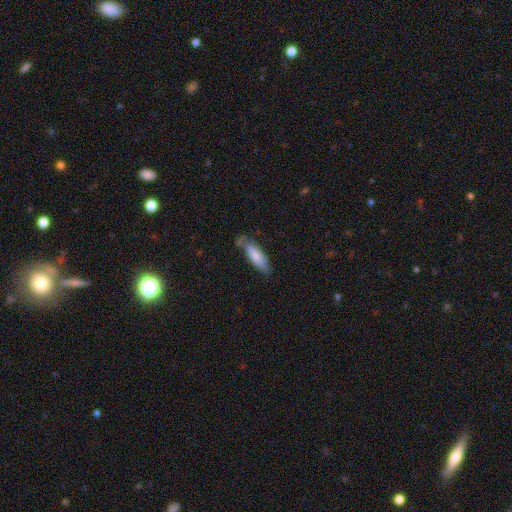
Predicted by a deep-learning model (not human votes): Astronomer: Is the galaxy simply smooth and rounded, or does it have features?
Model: smooth — 76%.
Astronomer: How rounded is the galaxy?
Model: in between — 52% (runner-up: cigar-shaped, 46%).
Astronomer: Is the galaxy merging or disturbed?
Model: none — 59%.